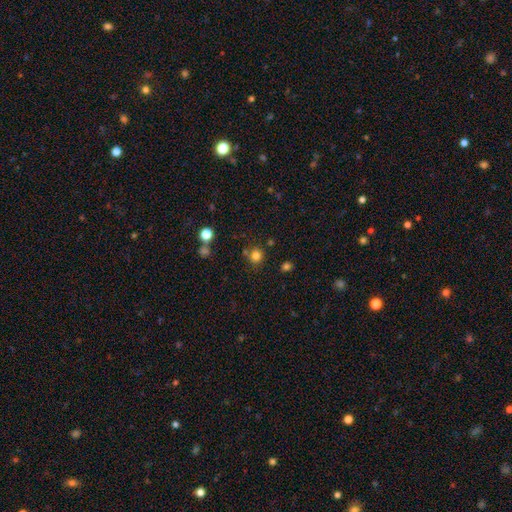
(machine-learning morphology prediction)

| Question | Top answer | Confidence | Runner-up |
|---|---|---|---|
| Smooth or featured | smooth | 80% | star or artifact (15%) |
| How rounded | round | 89% | in between (10%) |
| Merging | none | 76% | minor disturbance (10%) |